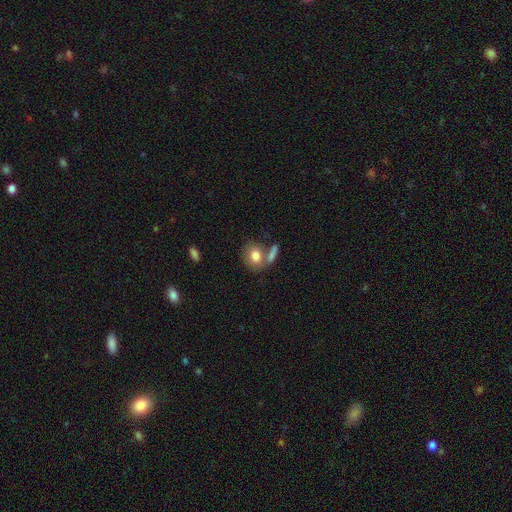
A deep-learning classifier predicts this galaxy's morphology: smooth-or-featured: smooth: 78% | featured or disk: 14% | star or artifact: 8%
  how-rounded: in between: 53% | round: 45% | cigar-shaped: 2%
  merging: none: 51% | merger: 30% | minor disturbance: 13% | major disturbance: 6%